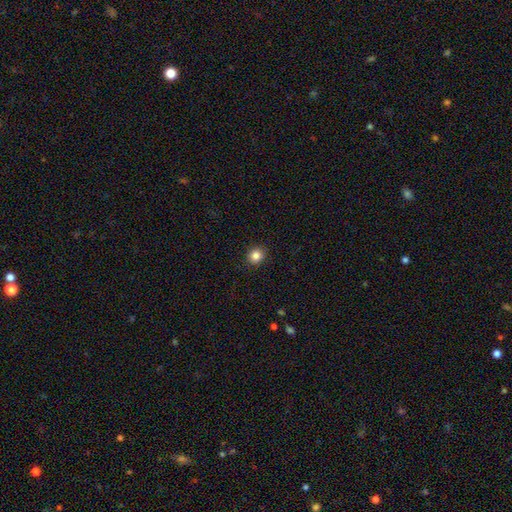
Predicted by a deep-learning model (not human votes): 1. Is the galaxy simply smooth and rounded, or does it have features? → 84% smooth, 11% star or artifact, 5% featured or disk.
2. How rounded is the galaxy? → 85% round, 14% in between, 1% cigar-shaped.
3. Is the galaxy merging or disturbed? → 91% none, 6% minor disturbance, 2% major disturbance, 1% merger.